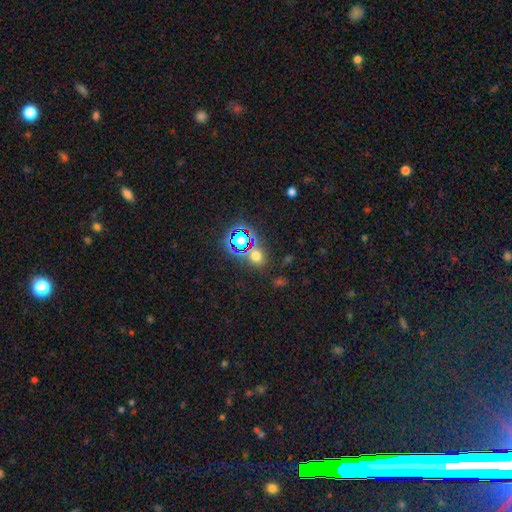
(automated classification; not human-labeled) smooth_or_featured: smooth (p=0.54) [alt: star or artifact p=0.38]
how_rounded: round (p=0.68) [alt: in between p=0.31]
merging: none (p=0.73) [alt: merger p=0.12]